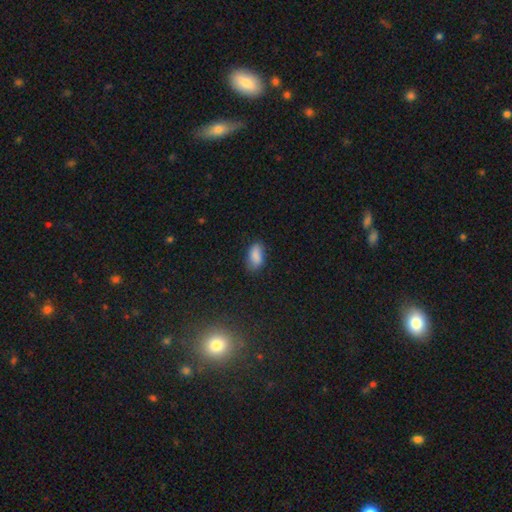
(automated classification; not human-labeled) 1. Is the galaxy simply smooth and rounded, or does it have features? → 86% smooth, 8% star or artifact, 5% featured or disk.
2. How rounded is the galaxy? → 92% in between, 4% round, 4% cigar-shaped.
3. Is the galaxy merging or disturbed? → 76% none, 19% minor disturbance, 4% major disturbance, 1% merger.